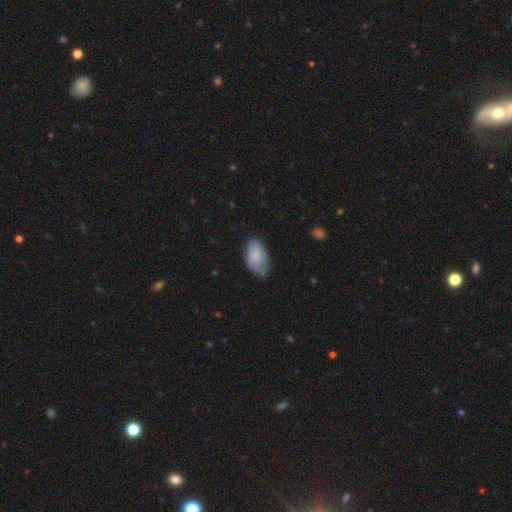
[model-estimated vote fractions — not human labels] Overall: smooth (78%). How rounded: in between (94%). Merging: none (53%; minor disturbance 36%).